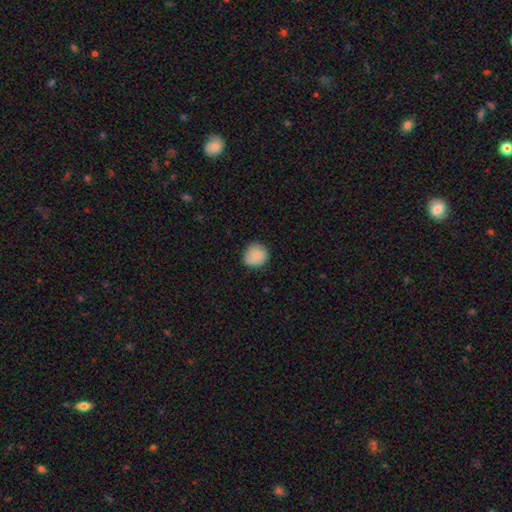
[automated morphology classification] Q: Smooth or featured?
A: smooth (84%); runner-up: featured or disk (9%)
Q: How rounded?
A: round (87%); runner-up: in between (12%)
Q: Merging?
A: none (78%); runner-up: minor disturbance (18%)